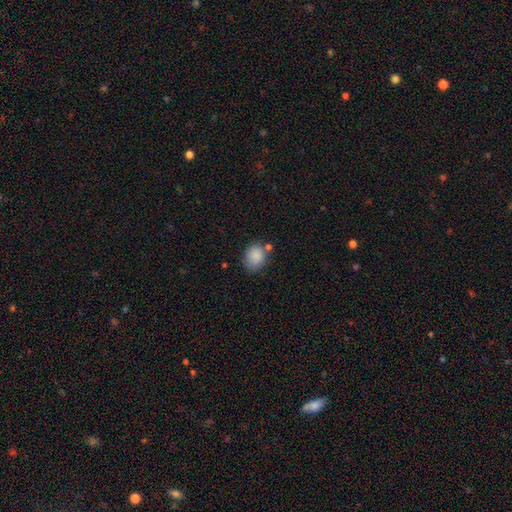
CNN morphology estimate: A smooth galaxy with no disk features (87%) that is round (53%). Merging: none (68%).